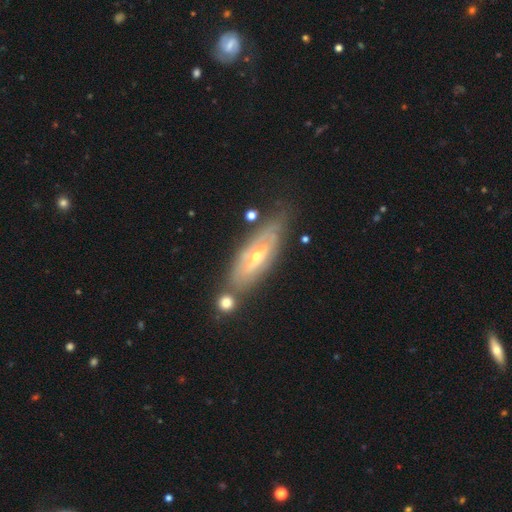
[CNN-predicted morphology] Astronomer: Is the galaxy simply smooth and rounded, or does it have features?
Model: featured or disk — 74%.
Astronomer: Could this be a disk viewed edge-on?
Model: no — 66%.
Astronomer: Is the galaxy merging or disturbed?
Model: none — 68%.